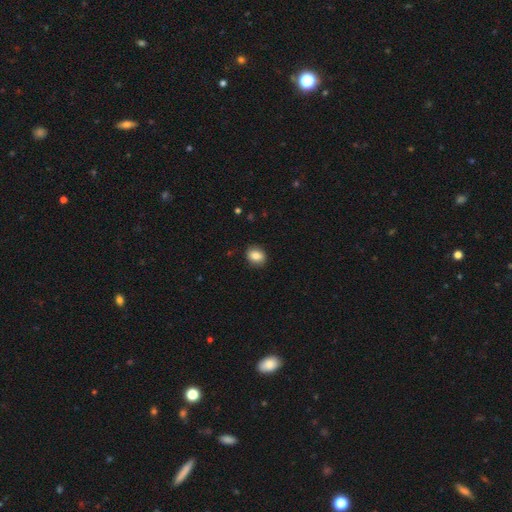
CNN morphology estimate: Smooth or featured?
  - smooth: 85% *
  - star or artifact: 8%
  - featured or disk: 7%
How rounded?
  - in between: 56% *
  - round: 43%
  - cigar-shaped: 1%
Merging?
  - none: 87% *
  - minor disturbance: 10%
  - major disturbance: 2%
  - merger: 1%